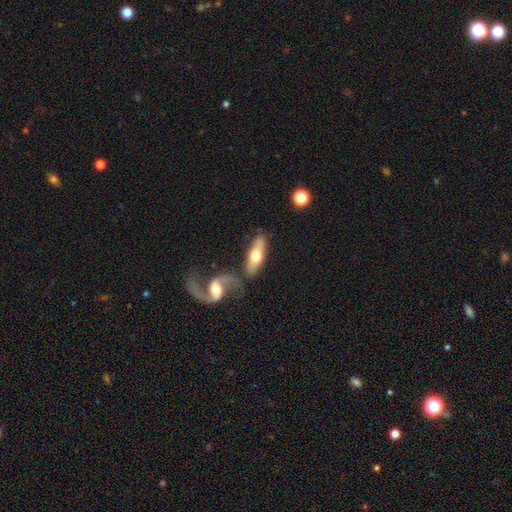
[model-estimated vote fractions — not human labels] The model was most divided on "smooth or featured": smooth: 52%, featured or disk: 43%, star or artifact: 5%. More confident: merging — none (65%); how rounded — in between (64%).